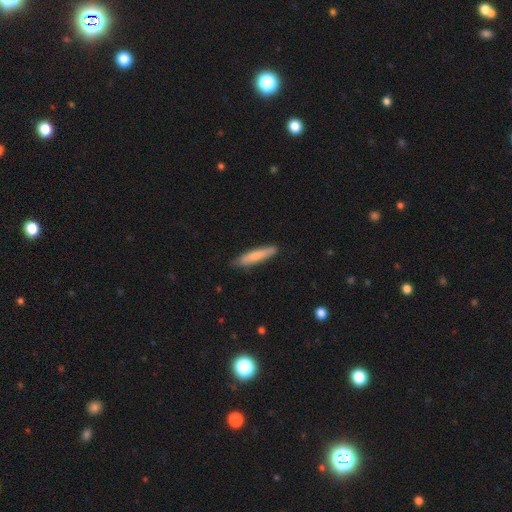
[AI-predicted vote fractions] Overall: smooth (75%). How rounded: cigar-shaped (88%). Merging: none (83%).